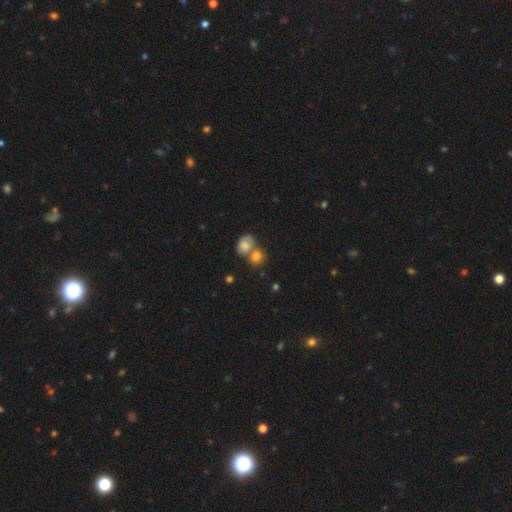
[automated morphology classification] Smooth or featured?
  - smooth: 58% *
  - star or artifact: 24%
  - featured or disk: 18%
How rounded?
  - round: 61% *
  - in between: 36%
  - cigar-shaped: 3%
Merging?
  - merger: 44% *
  - none: 42%
  - minor disturbance: 8%
  - major disturbance: 5%